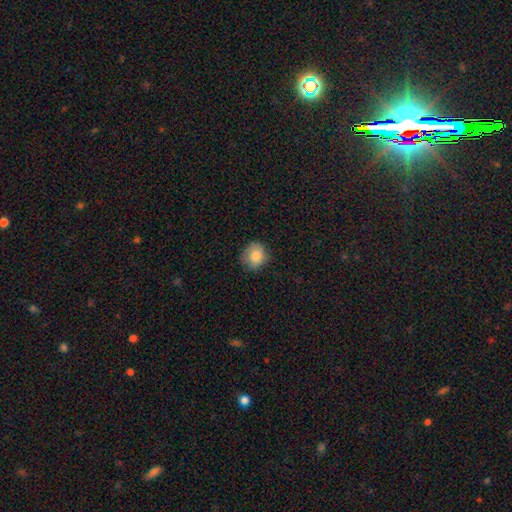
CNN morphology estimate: Smooth or featured? Predicted: smooth (p=0.83). How rounded? Predicted: round (p=0.78). Merging? Predicted: none (p=0.75).